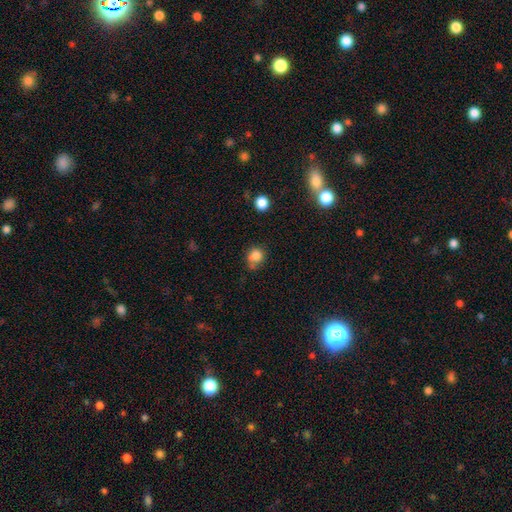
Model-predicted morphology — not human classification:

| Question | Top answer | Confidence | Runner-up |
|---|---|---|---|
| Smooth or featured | smooth | 81% | star or artifact (12%) |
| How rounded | round | 80% | in between (19%) |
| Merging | none | 53% | minor disturbance (23%) |